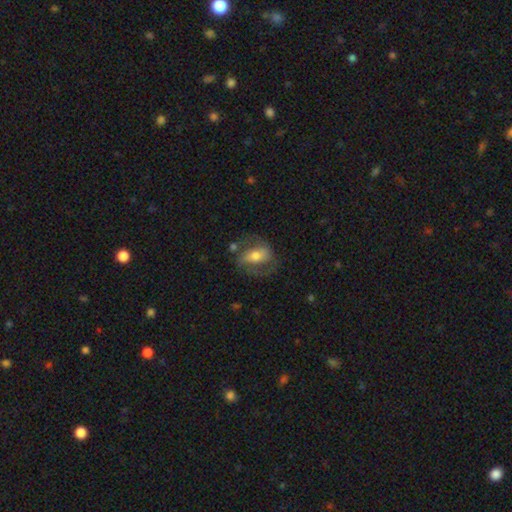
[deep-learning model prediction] A featured or disk galaxy (55%) with no bar (35%), spiral arms (68%) and a moderate central bulge (64%).

Vote fractions:
- Smooth or featured? featured or disk: 55% / smooth: 38% / star or artifact: 7%
- Edge-on disk? no: 94% / yes: 6%
- Bar? no: 35% / weak: 34% / strong: 32%
- Spiral arms? yes: 68% / no: 32%
- Bulge size? moderate: 64% / small: 20% / large: 13% / none: 2% / dominant: 2%
- Merging? none: 56% / minor disturbance: 22% / major disturbance: 17% / merger: 5%